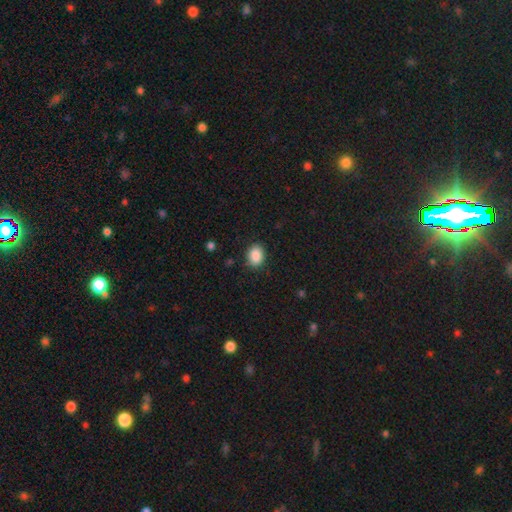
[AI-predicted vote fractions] Smooth or featured?
  - smooth: 88% *
  - star or artifact: 8%
  - featured or disk: 4%
How rounded?
  - in between: 62% *
  - round: 37%
  - cigar-shaped: 1%
Merging?
  - none: 85% *
  - minor disturbance: 11%
  - major disturbance: 3%
  - merger: 1%